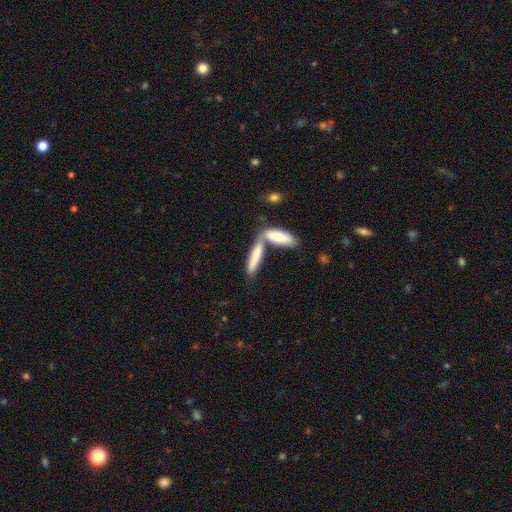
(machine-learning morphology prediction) The model was most divided on "merging": merger: 48%, none: 39%, minor disturbance: 9%, major disturbance: 4%. More confident: smooth or featured — smooth (76%); how rounded — cigar-shaped (76%).